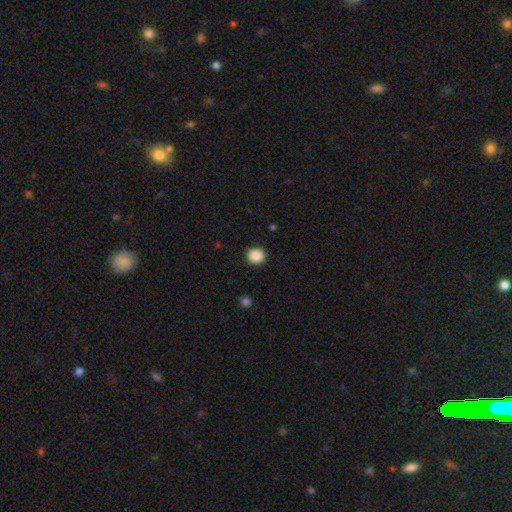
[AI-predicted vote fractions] Smooth or featured? smooth (89%)
How rounded? round (88%)
Merging? none (91%)